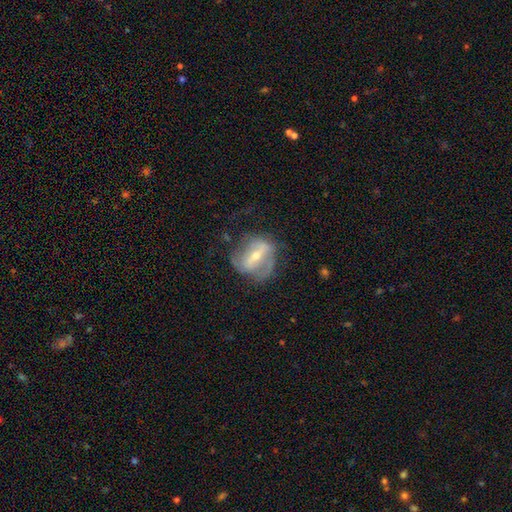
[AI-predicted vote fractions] smooth-or-featured: featured or disk: 75% | smooth: 17% | star or artifact: 7%
  disk-edge-on: no: 91% | yes: 9%
    bar: strong: 62% | weak: 27% | no: 11%
    has-spiral-arms: yes: 66% | no: 34%
    bulge-size: moderate: 49% | small: 46% | large: 3% | none: 1% | dominant: 1%
  merging: none: 55% | minor disturbance: 22% | major disturbance: 21% | merger: 2%